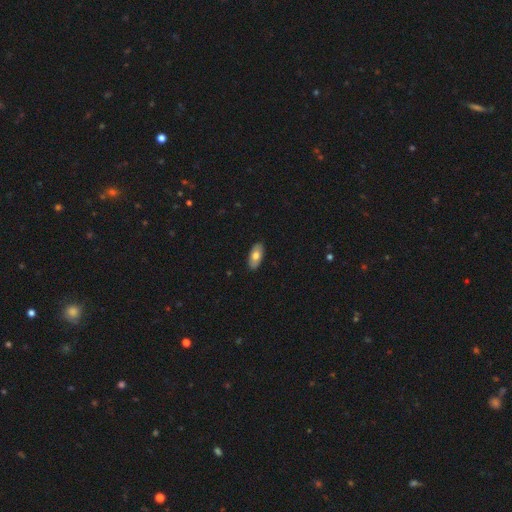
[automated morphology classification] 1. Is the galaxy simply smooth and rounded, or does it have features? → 70% smooth, 24% featured or disk, 6% star or artifact.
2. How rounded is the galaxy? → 93% in between, 5% cigar-shaped, 3% round.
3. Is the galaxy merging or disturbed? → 89% none, 8% minor disturbance, 2% major disturbance, 1% merger.